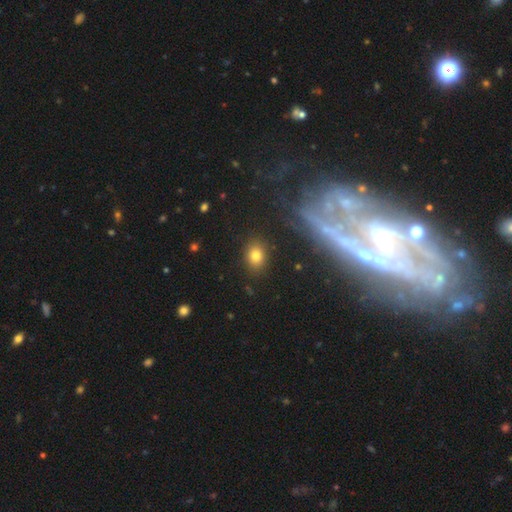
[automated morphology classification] Smooth or featured? Predicted: smooth (p=0.79). How rounded? Predicted: in between (p=0.53). Merging? Predicted: none (p=0.87).